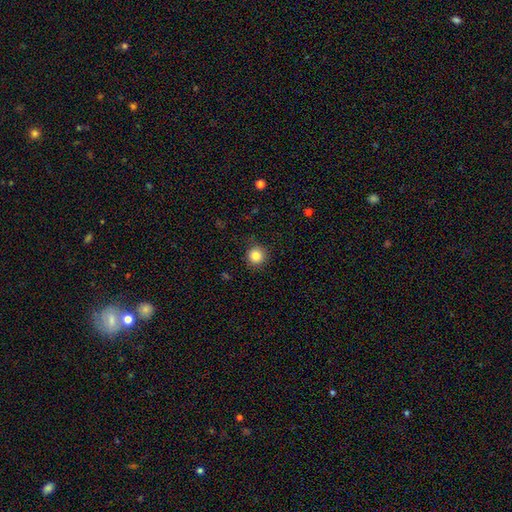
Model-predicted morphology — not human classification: Q: Smooth or featured?
A: smooth (84%); runner-up: star or artifact (11%)
Q: How rounded?
A: round (94%); runner-up: in between (5%)
Q: Merging?
A: none (88%); runner-up: minor disturbance (9%)